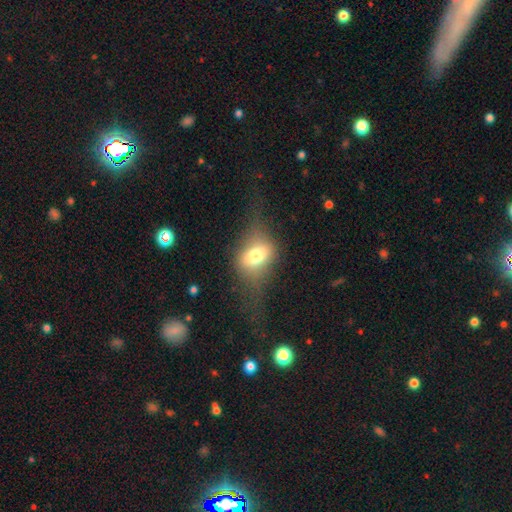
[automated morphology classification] Smooth or featured? smooth (59%)
How rounded? in between (69%)
Merging? none (49%)